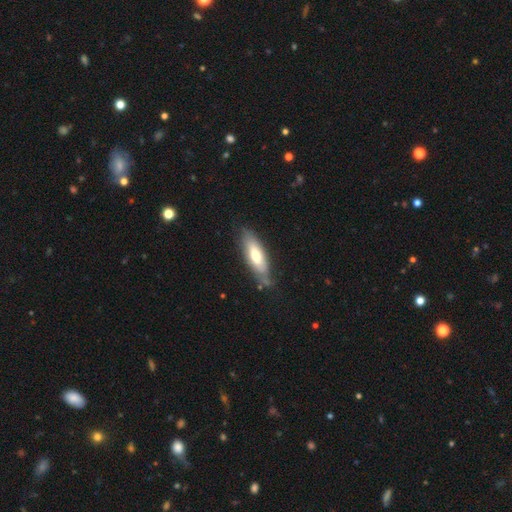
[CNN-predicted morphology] A smooth galaxy with no disk features (59%) that is in between round and cigar-shaped (58%). Merging: none (69%).